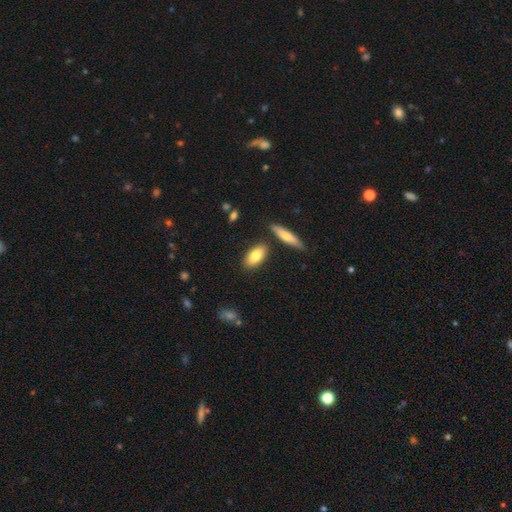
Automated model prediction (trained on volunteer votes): Morphology: type=smooth (81%); roundness=in between (87%); merging=none (81%).